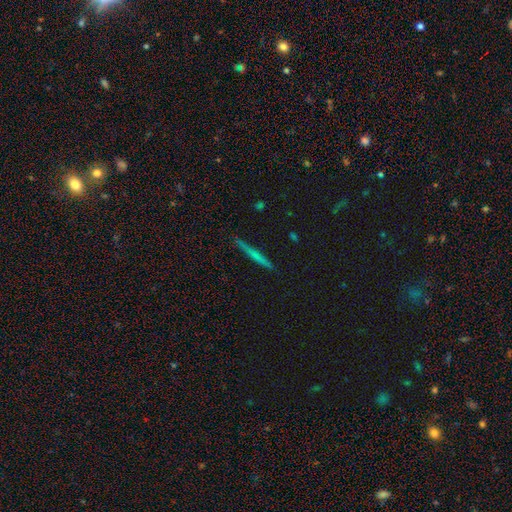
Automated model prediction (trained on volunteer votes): Morphology: type=smooth (47%); merging=none (91%).